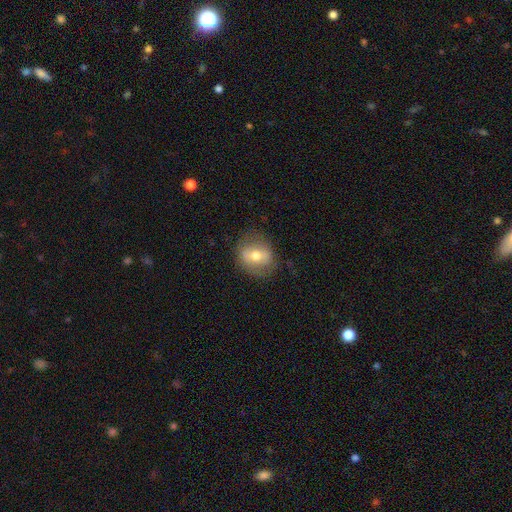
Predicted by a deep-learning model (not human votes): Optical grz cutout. It shows a smooth galaxy with no disk features (55%) that is round (58%). Merging: none (76%).